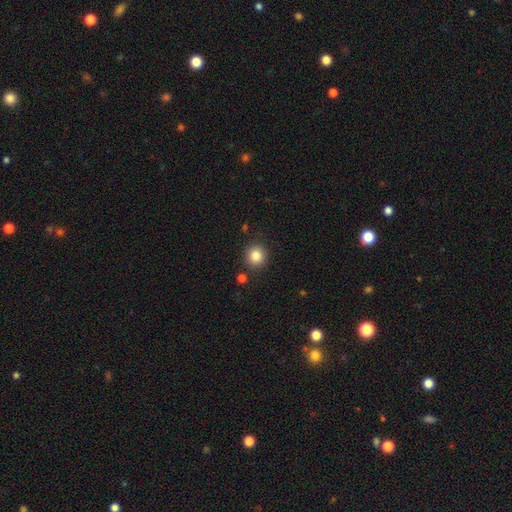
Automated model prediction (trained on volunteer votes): Overall: smooth (84%). How rounded: round (90%). Merging: none (88%).